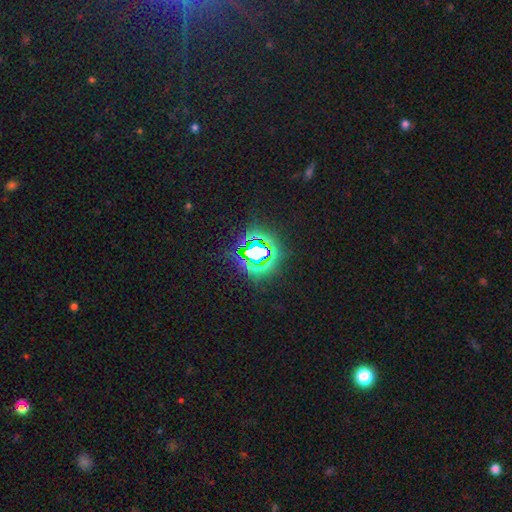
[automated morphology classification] Q: Smooth or featured?
A: star or artifact (74%); runner-up: smooth (15%)